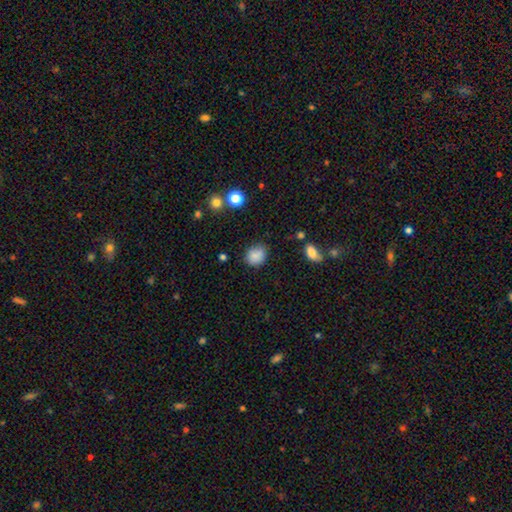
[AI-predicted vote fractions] smooth_or_featured: smooth (p=0.85) [alt: star or artifact p=0.10]
how_rounded: round (p=0.62) [alt: in between p=0.37]
merging: none (p=0.73) [alt: minor disturbance p=0.19]